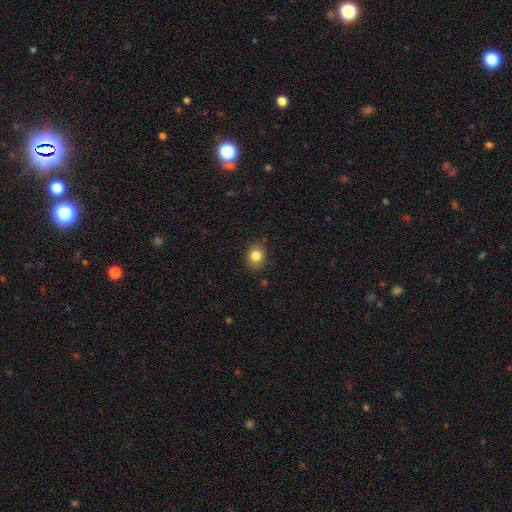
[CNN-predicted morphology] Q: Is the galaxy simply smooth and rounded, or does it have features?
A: smooth — 84%.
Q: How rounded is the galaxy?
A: round — 71%.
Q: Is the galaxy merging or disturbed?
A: none — 86%.